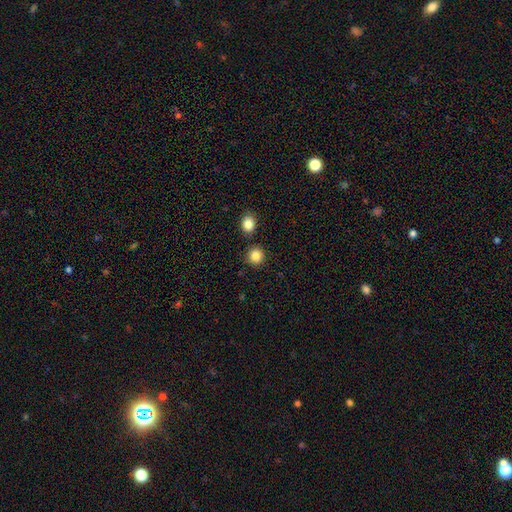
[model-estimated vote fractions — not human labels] smooth 86%, star or artifact 10%, featured or disk 4%. Down the decision tree: how rounded — round (88%); merging — none (85%).